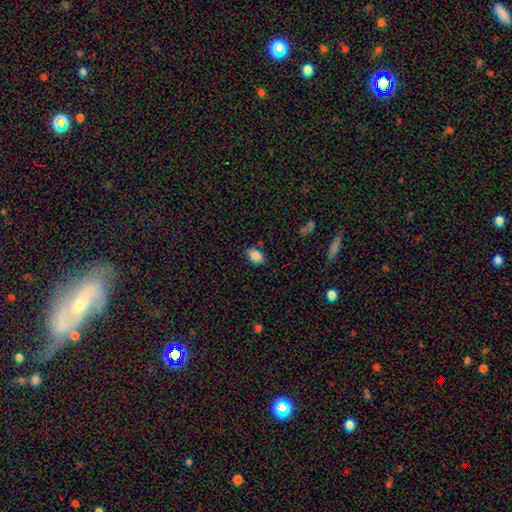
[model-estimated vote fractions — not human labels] Smooth or featured: smooth — 86% (star or artifact — 9%)
How rounded: in between — 77% (round — 22%)
Merging: none — 82% (minor disturbance — 13%)